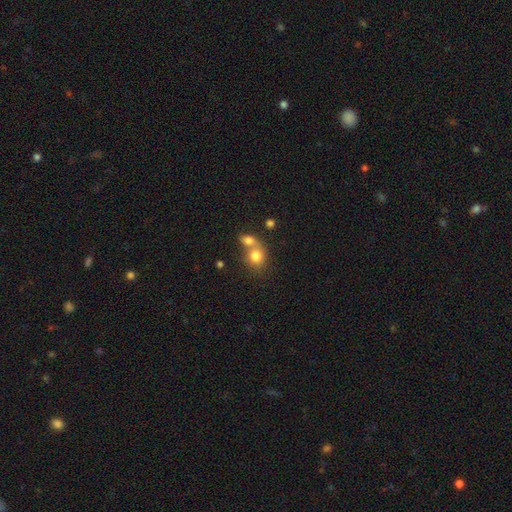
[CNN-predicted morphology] Overall: smooth (79%). How rounded: round (68%; in between 31%). Merging: merger (57%; none 31%).